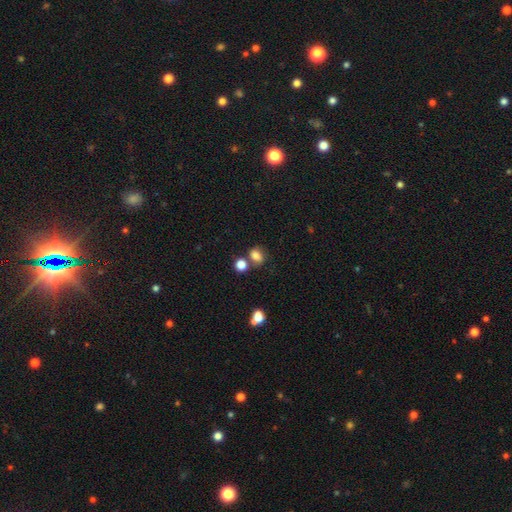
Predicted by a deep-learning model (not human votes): The model was most divided on "how rounded": in between: 60%, round: 38%, cigar-shaped: 1%. More confident: smooth or featured — smooth (79%); merging — none (55%).